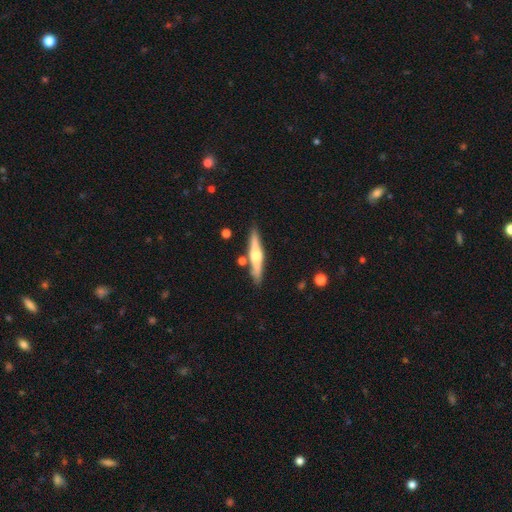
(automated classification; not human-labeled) This appears to be a featured or disk galaxy (60%) viewed edge-on (96%) with a rounded central bulge (89%). Merging: none (83%).